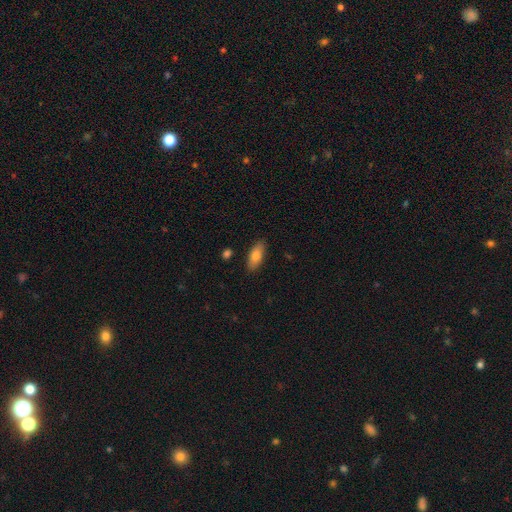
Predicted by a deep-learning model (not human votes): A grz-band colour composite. It shows a smooth galaxy with no disk features (79%) that is in between round and cigar-shaped (80%). Merging: none (87%).